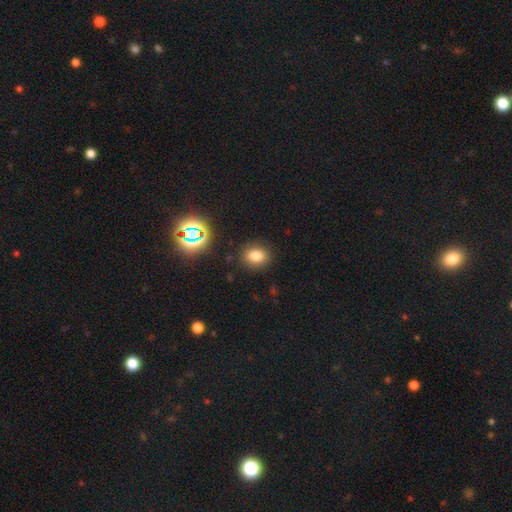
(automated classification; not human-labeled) Smooth or featured: smooth — 76% (star or artifact — 16%)
How rounded: round — 63% (in between — 36%)
Merging: none — 88% (minor disturbance — 8%)